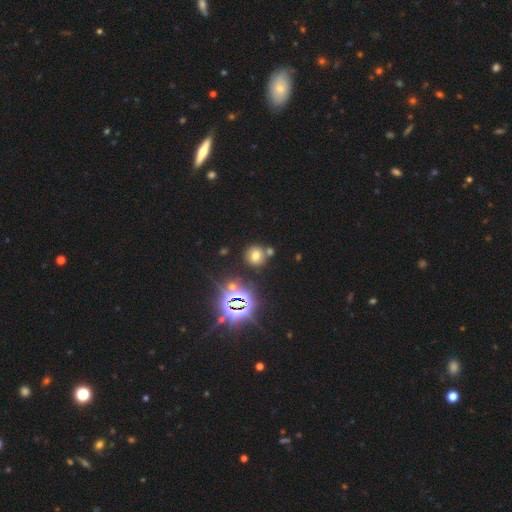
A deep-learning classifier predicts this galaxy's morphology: A smooth galaxy with no disk features (58%) that is round (88%).

Vote fractions:
- Smooth or featured? smooth: 58% / star or artifact: 29% / featured or disk: 12%
- How rounded? round: 88% / in between: 11% / cigar-shaped: 1%
- Merging? none: 73% / merger: 14% / minor disturbance: 9% / major disturbance: 3%